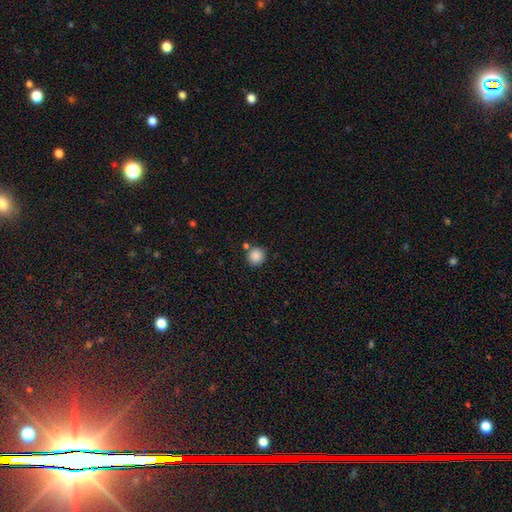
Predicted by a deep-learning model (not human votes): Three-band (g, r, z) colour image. It shows a smooth galaxy with no disk features (87%) that is round (89%). Merging: none (78%).